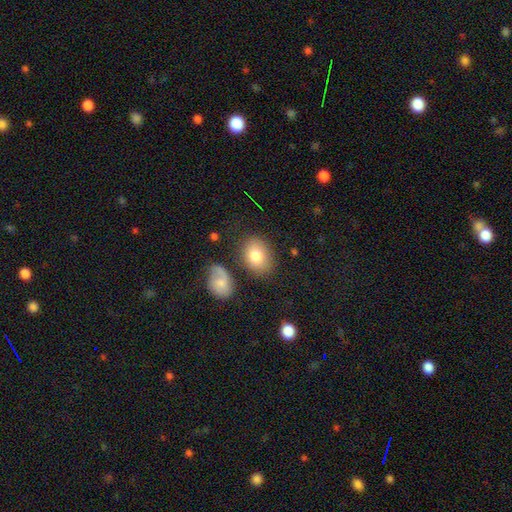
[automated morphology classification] A smooth galaxy with no disk features (79%) that is in between round and cigar-shaped (65%). Merging: none (75%).